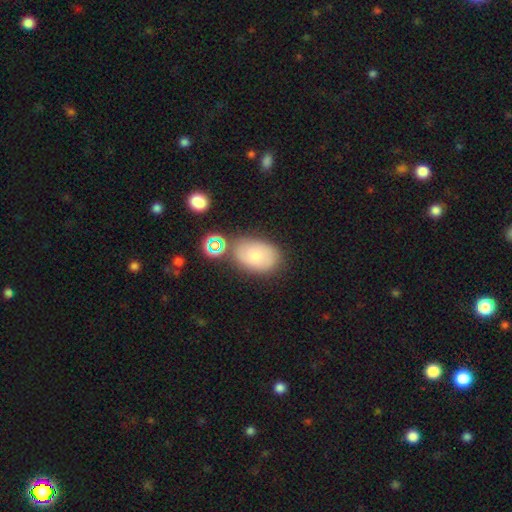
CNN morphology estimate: The model was most divided on "smooth or featured": smooth: 67%, featured or disk: 21%, star or artifact: 11%. More confident: how rounded — in between (82%); merging — none (65%).